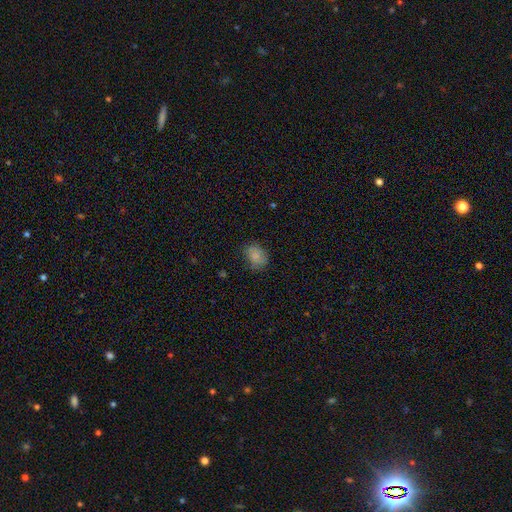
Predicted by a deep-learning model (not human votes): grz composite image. It shows a smooth galaxy with no disk features (80%) that is in between round and cigar-shaped (62%). Merging: none (70%).